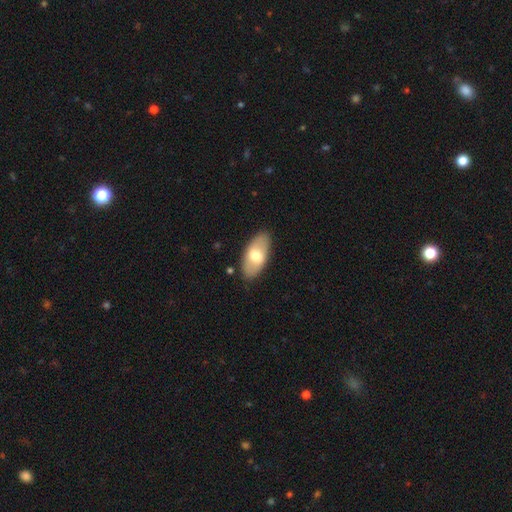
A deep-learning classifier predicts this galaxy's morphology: A smooth galaxy with no disk features (65%) that is in between round and cigar-shaped (92%).

Vote fractions:
- Smooth or featured? smooth: 65% / featured or disk: 29% / star or artifact: 6%
- How rounded? in between: 92% / cigar-shaped: 5% / round: 3%
- Merging? none: 86% / minor disturbance: 11% / major disturbance: 3% / merger: 1%